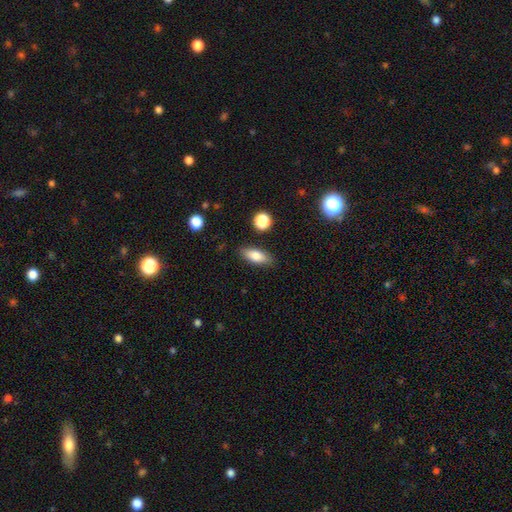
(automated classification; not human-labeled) This appears to be a smooth galaxy with no disk features (79%) that is in between round and cigar-shaped (72%). Merging: none (85%).